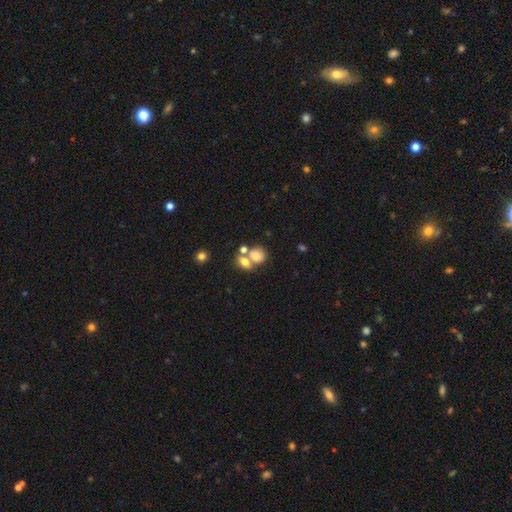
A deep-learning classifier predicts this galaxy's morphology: The model was most divided on "how rounded": round: 52%, in between: 46%, cigar-shaped: 2%. More confident: smooth or featured — smooth (75%); merging — merger (51%).